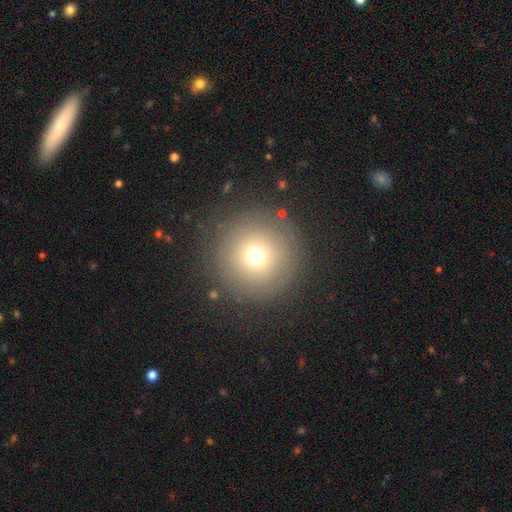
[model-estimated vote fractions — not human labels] The model was most divided on "smooth or featured": smooth: 68%, star or artifact: 16%, featured or disk: 15%. More confident: how rounded — round (96%); merging — none (85%).